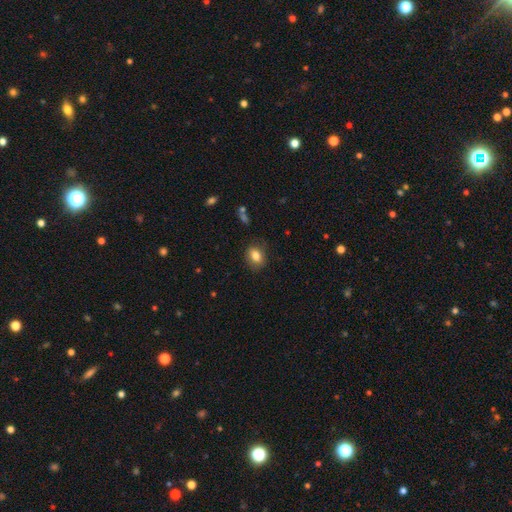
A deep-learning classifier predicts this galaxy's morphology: Smooth or featured? smooth (81%)
How rounded? in between (64%)
Merging? none (82%)